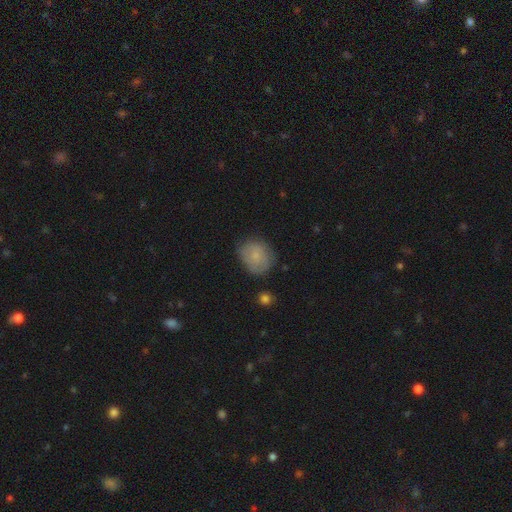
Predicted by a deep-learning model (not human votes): Smooth or featured? Predicted: smooth (p=0.72). How rounded? Predicted: round (p=0.61). Merging? Predicted: none (p=0.68).